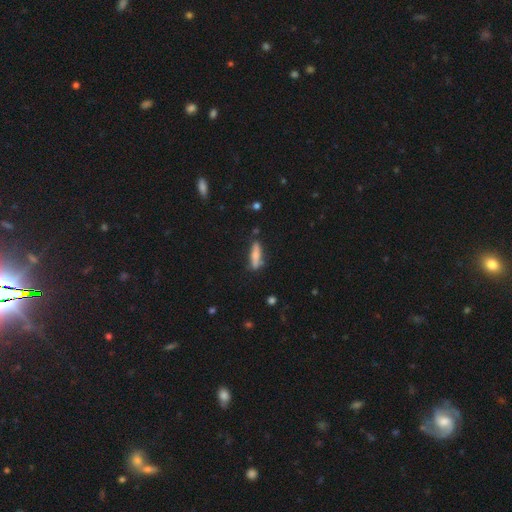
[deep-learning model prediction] Overall: smooth (67%). How rounded: cigar-shaped (75%). Merging: none (74%).